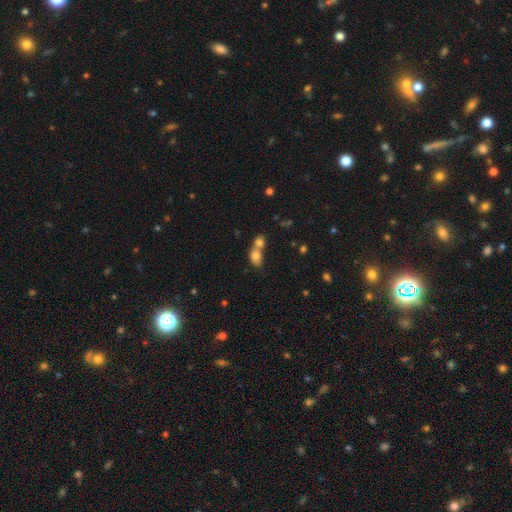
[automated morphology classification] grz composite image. It shows a smooth galaxy with no disk features (77%) that is in between round and cigar-shaped (67%). Merging: merger (69%).